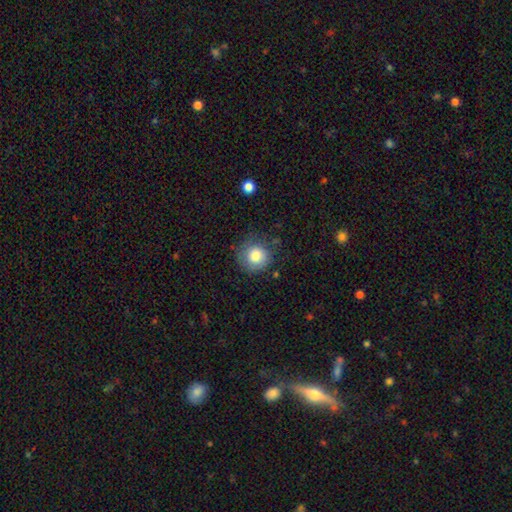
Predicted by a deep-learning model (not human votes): smooth_or_featured: smooth (p=0.81) [alt: star or artifact p=0.10]
how_rounded: round (p=0.91) [alt: in between p=0.08]
merging: none (p=0.73) [alt: minor disturbance p=0.18]